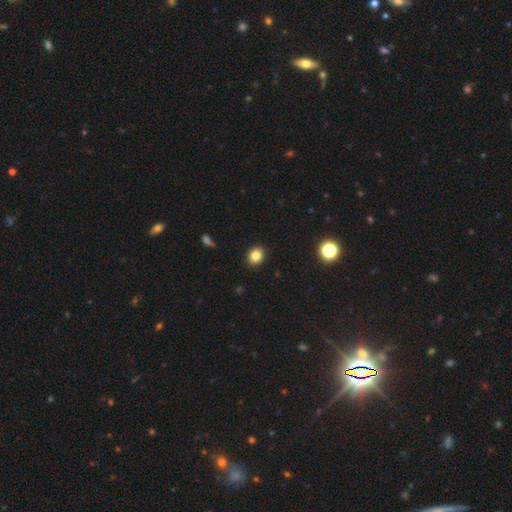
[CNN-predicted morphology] Smooth or featured? Predicted: smooth (p=0.83). How rounded? Predicted: round (p=0.59). Merging? Predicted: none (p=0.91).